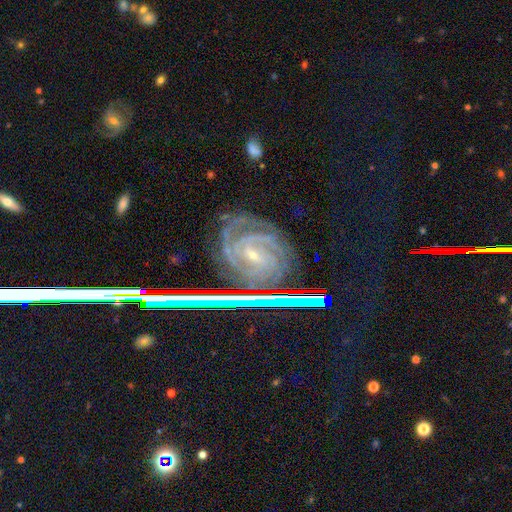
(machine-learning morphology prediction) type=featured or disk (82%); edge-on=no (95%); bar=no (52%); spiral arms=yes (98%); winding=tight (82%); arm count=2 (33%); bulge=small (76%); merging=none (68%).